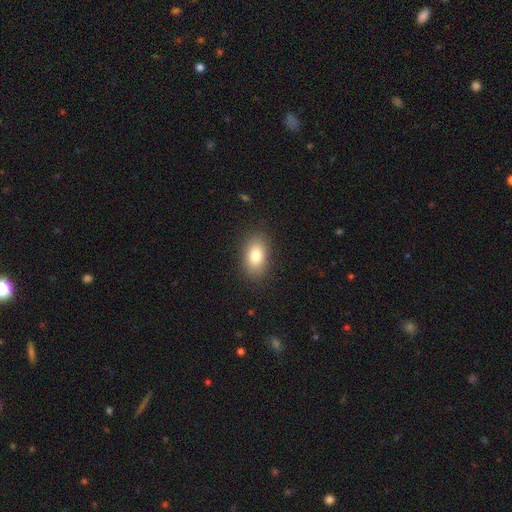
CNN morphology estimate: Smooth or featured: smooth — 82% (featured or disk — 10%)
How rounded: in between — 89% (round — 9%)
Merging: none — 88% (minor disturbance — 9%)